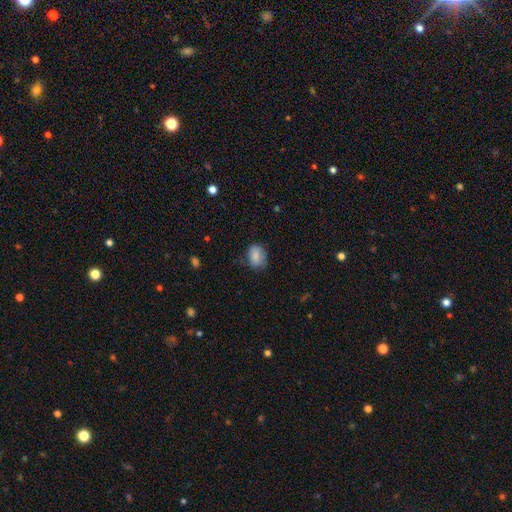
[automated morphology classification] This is clearly a smooth galaxy (83%). How rounded: likely in between (61%). Merging: likely none (69%).